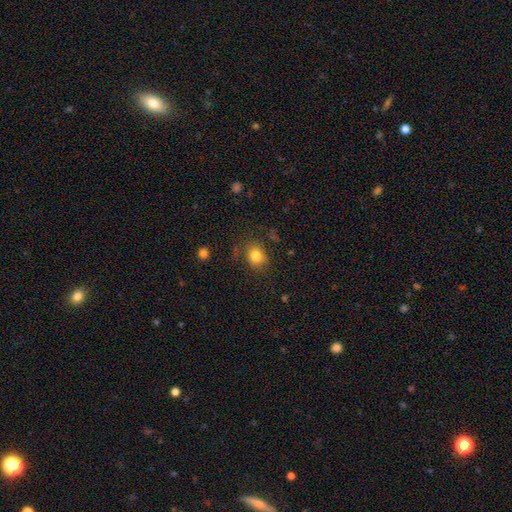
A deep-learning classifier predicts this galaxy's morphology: Overall: smooth (81%). How rounded: round (65%; in between 34%). Merging: none (77%).